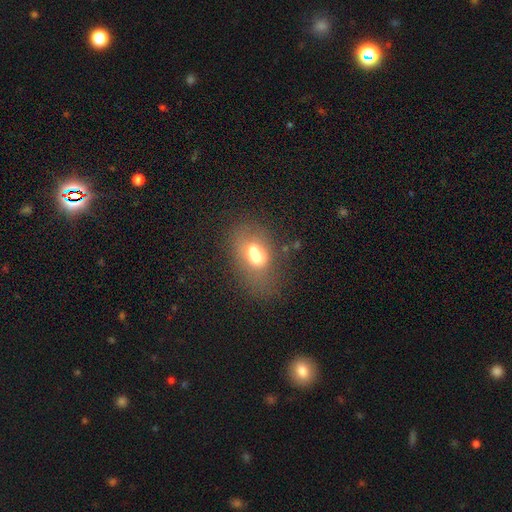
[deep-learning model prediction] A smooth galaxy with no disk features (59%) that is in between round and cigar-shaped (67%). Merging: merger (49%).